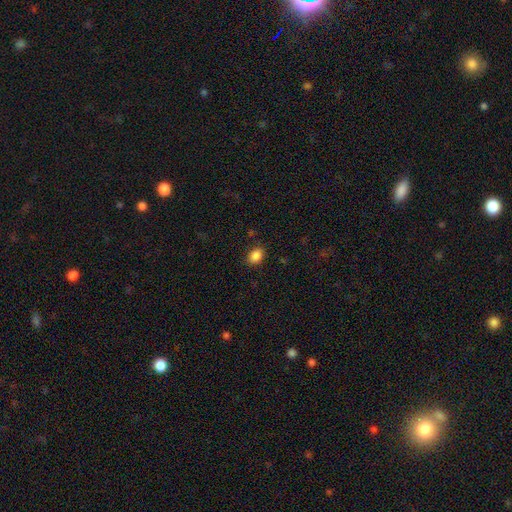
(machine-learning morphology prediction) This appears to be a smooth galaxy with no disk features (87%) that is in between round and cigar-shaped (71%). Merging: none (85%).